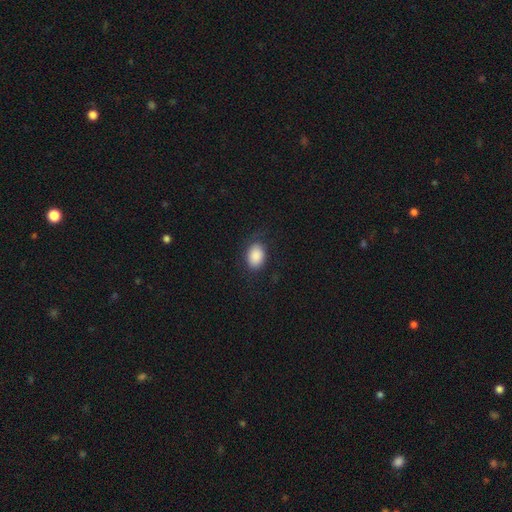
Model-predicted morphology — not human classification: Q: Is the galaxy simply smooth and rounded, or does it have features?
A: smooth — 88%.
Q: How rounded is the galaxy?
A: in between — 81%.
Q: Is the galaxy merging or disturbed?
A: none — 79%.